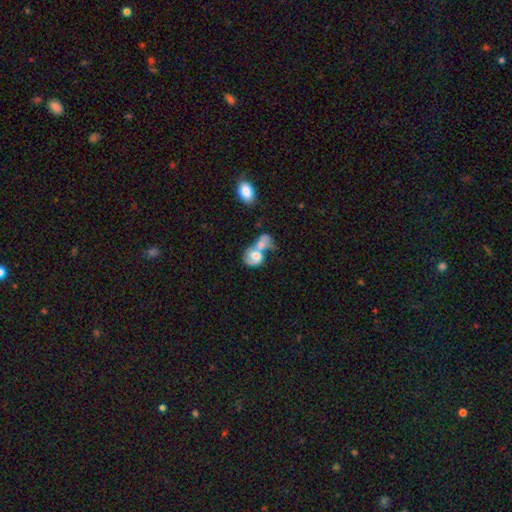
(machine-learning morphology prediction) smooth_or_featured: smooth (p=0.47) [alt: featured or disk p=0.45]
merging: merger (p=0.72) [alt: major disturbance p=0.12]